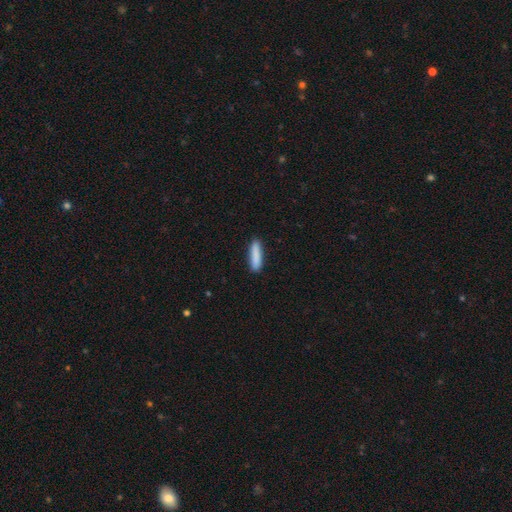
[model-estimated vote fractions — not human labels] The model was most divided on "how rounded": cigar-shaped: 79%, in between: 20%, round: 1%. More confident: merging — none (88%); smooth or featured — smooth (87%).